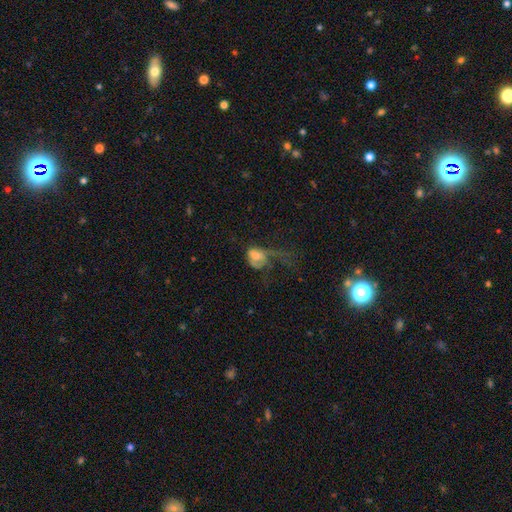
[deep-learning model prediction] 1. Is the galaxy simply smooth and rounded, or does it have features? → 56% smooth, 35% featured or disk, 9% star or artifact.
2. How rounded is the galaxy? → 67% in between, 30% round, 2% cigar-shaped.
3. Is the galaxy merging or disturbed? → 67% major disturbance, 14% none, 13% minor disturbance, 6% merger.